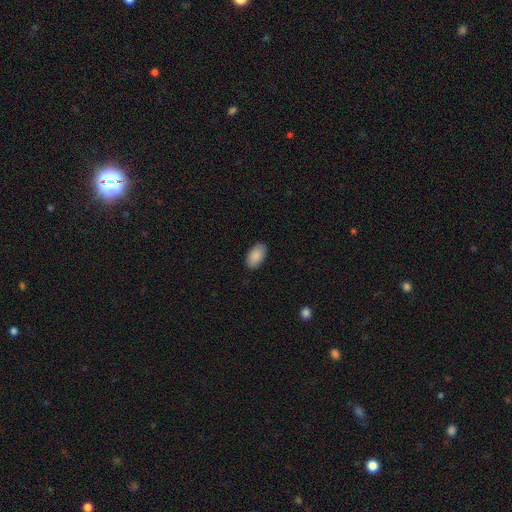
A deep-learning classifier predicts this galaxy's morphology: A smooth galaxy with no disk features (90%) that is in between round and cigar-shaped (95%). Merging: none (88%).